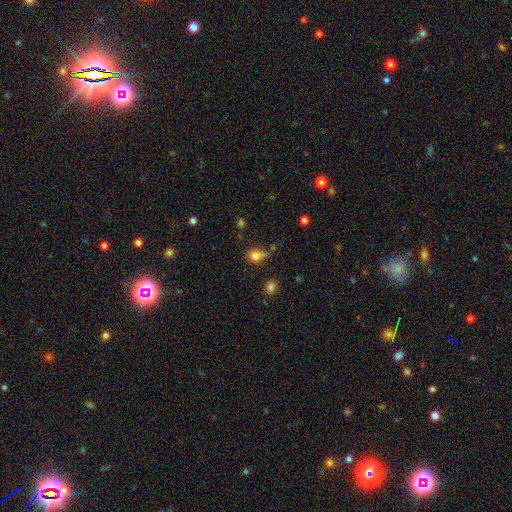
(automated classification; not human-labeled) Morphology: type=smooth (77%); roundness=round (51%); merging=none (48%).